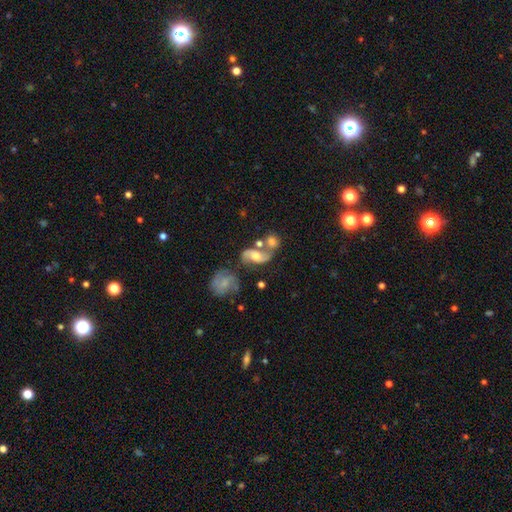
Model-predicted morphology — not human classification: Q: Smooth or featured?
A: featured or disk (69%); runner-up: smooth (22%)
Q: Edge-on disk?
A: no (96%); runner-up: yes (4%)
Q: Bar?
A: no (56%); runner-up: weak (35%)
Q: Spiral arms?
A: yes (91%); runner-up: no (9%)
Q: Spiral winding?
A: loose (52%); runner-up: medium (37%)
Q: Spiral arm count?
A: 2 (88%); runner-up: can't tell (5%)
Q: Bulge size?
A: moderate (59%); runner-up: small (23%)
Q: Merging?
A: merger (41%); runner-up: none (33%)